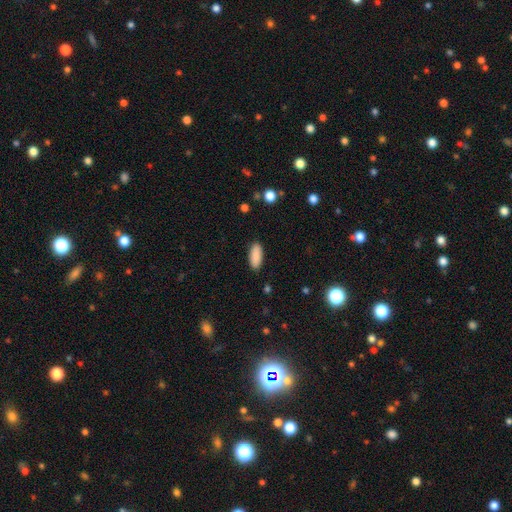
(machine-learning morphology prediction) type=smooth (90%); roundness=in between (82%); merging=none (89%).